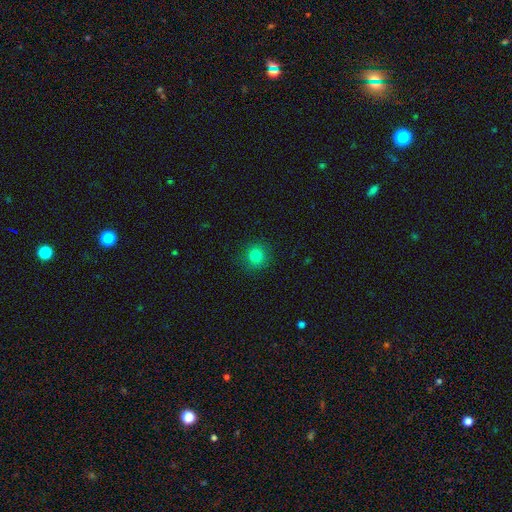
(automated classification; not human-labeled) Morphology: type=smooth (82%); roundness=round (91%); merging=none (89%).